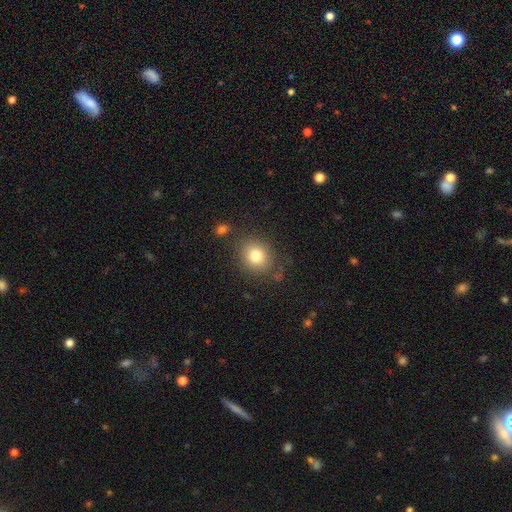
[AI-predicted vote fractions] This is likely a smooth galaxy (79%). How rounded: likely round (72%). Merging: likely none (79%).